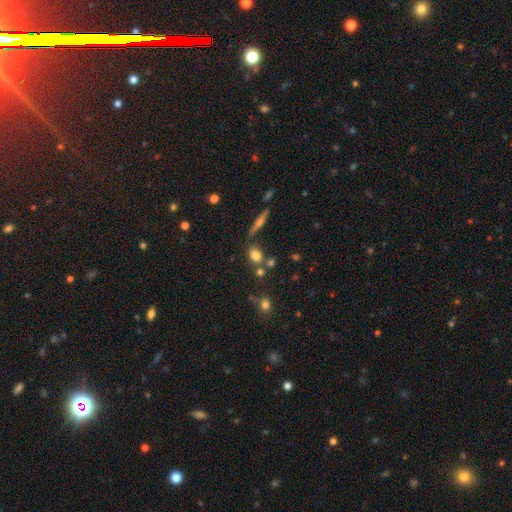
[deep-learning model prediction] Smooth or featured?
  - smooth: 75% *
  - star or artifact: 13%
  - featured or disk: 12%
How rounded?
  - in between: 55% *
  - round: 40%
  - cigar-shaped: 5%
Merging?
  - none: 65% *
  - merger: 18%
  - minor disturbance: 12%
  - major disturbance: 5%